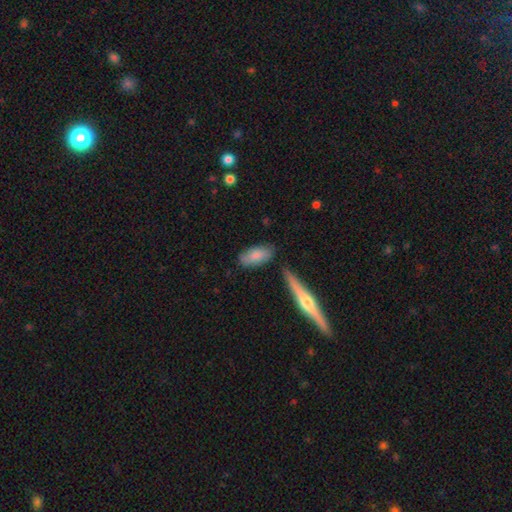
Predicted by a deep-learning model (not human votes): Smooth or featured: smooth — 82% (featured or disk — 12%)
How rounded: in between — 85% (cigar-shaped — 13%)
Merging: none — 73% (minor disturbance — 17%)